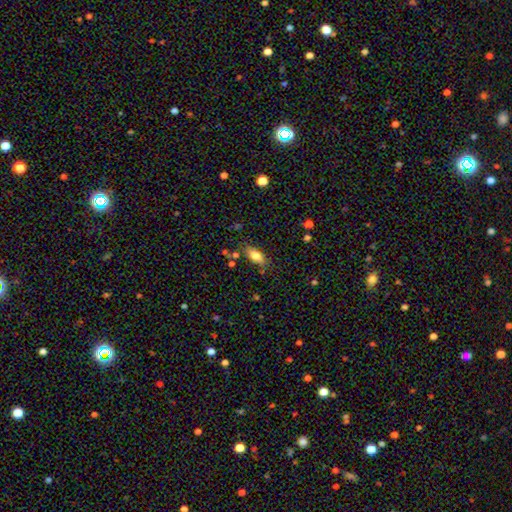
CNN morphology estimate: Q: Smooth or featured?
A: smooth (79%); runner-up: featured or disk (12%)
Q: How rounded?
A: in between (84%); runner-up: cigar-shaped (12%)
Q: Merging?
A: none (76%); runner-up: minor disturbance (15%)